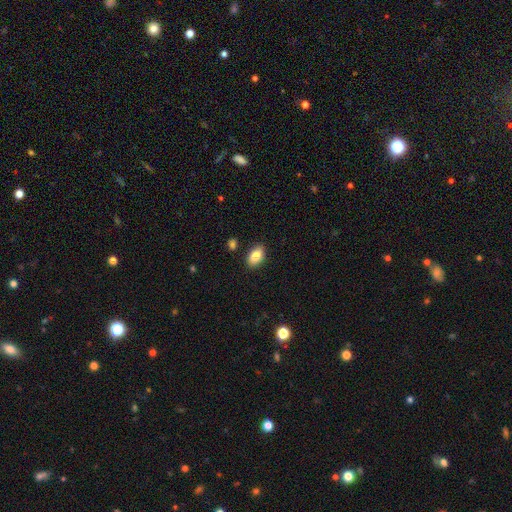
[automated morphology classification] smooth_or_featured: smooth (p=0.85) [alt: featured or disk p=0.08]
how_rounded: in between (p=0.91) [alt: round p=0.08]
merging: none (p=0.86) [alt: minor disturbance p=0.09]